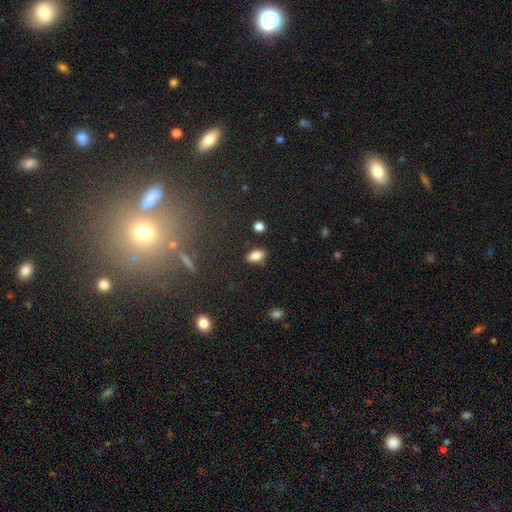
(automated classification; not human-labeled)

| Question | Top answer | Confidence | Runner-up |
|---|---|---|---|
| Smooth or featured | smooth | 83% | star or artifact (9%) |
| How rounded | in between | 90% | cigar-shaped (5%) |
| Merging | none | 85% | minor disturbance (11%) |